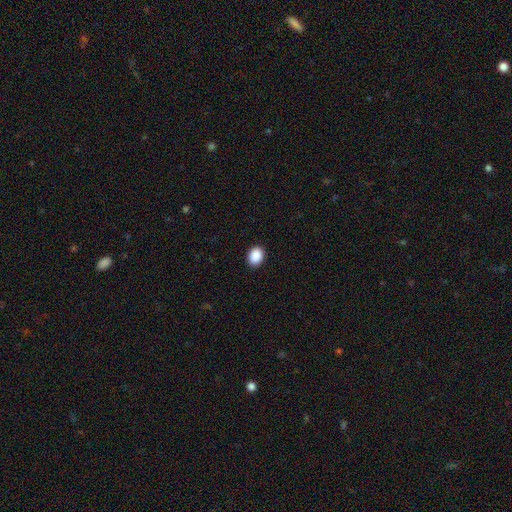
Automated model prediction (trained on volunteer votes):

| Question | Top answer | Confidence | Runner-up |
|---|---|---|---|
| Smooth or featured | smooth | 90% | star or artifact (8%) |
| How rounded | in between | 61% | round (38%) |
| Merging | none | 91% | minor disturbance (6%) |